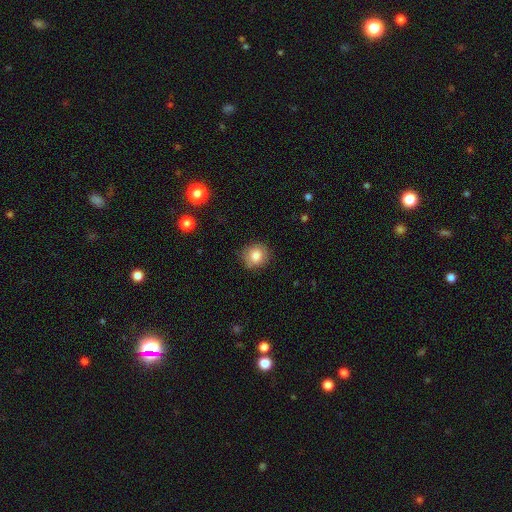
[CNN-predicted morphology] type=smooth (83%); roundness=round (84%); merging=none (84%).